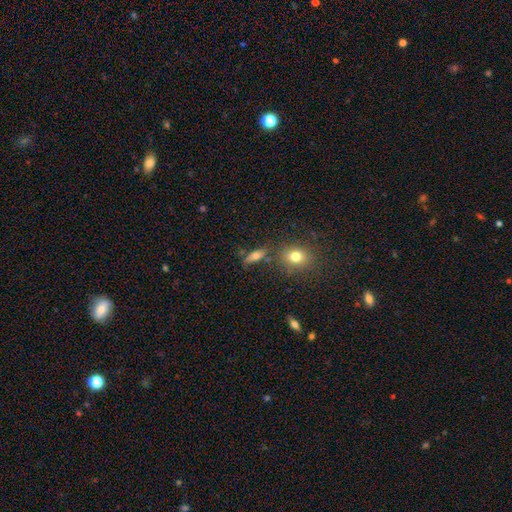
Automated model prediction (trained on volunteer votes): Smooth or featured: smooth — 66% (featured or disk — 21%)
How rounded: in between — 58% (cigar-shaped — 32%)
Merging: none — 69% (minor disturbance — 15%)